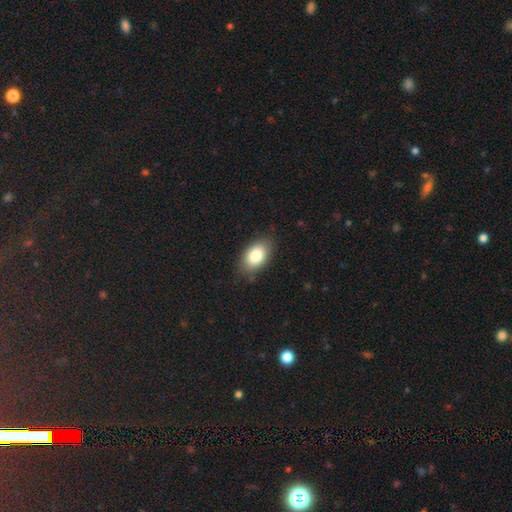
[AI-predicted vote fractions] smooth 81%, featured or disk 11%, star or artifact 8%. Down the decision tree: how rounded — in between (90%); merging — none (83%).